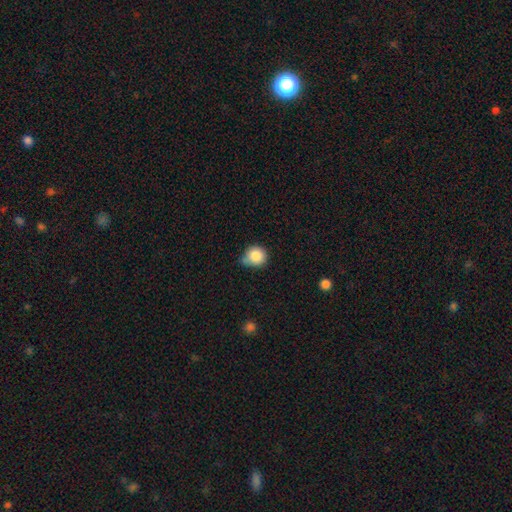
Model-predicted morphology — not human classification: Smooth or featured: smooth — 85% (star or artifact — 9%)
How rounded: round — 85% (in between — 14%)
Merging: none — 51% (minor disturbance — 34%)